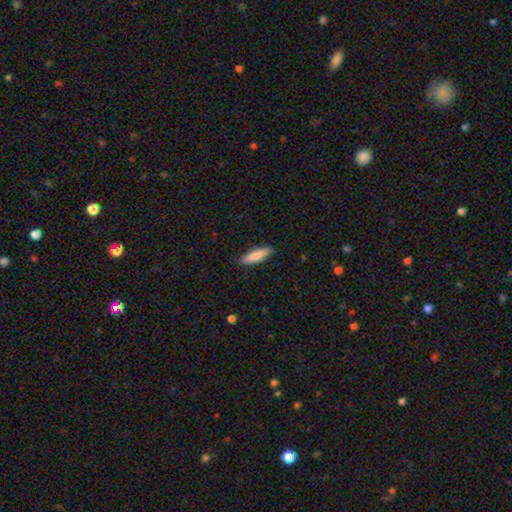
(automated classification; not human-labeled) smooth 81%, featured or disk 14%, star or artifact 6%. Down the decision tree: how rounded — cigar-shaped (71%); merging — none (89%).